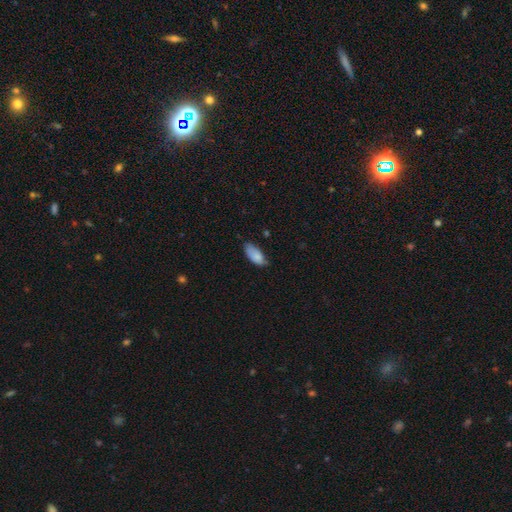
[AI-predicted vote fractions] Smooth or featured? Predicted: smooth (p=0.84). How rounded? Predicted: in between (p=0.89). Merging? Predicted: none (p=0.54).